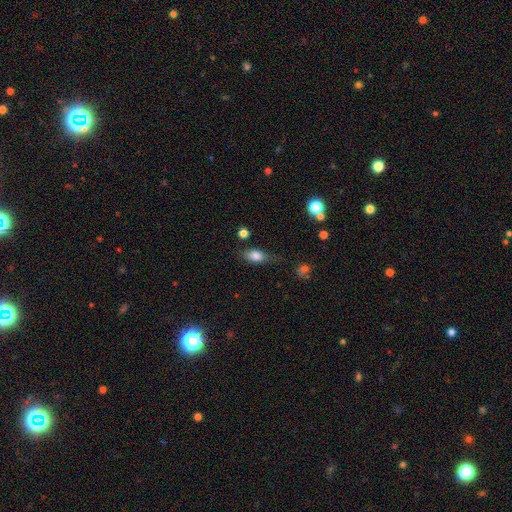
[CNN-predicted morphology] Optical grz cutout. It shows a smooth galaxy with no disk features (77%) that is in between round and cigar-shaped (82%). Merging: none (59%).